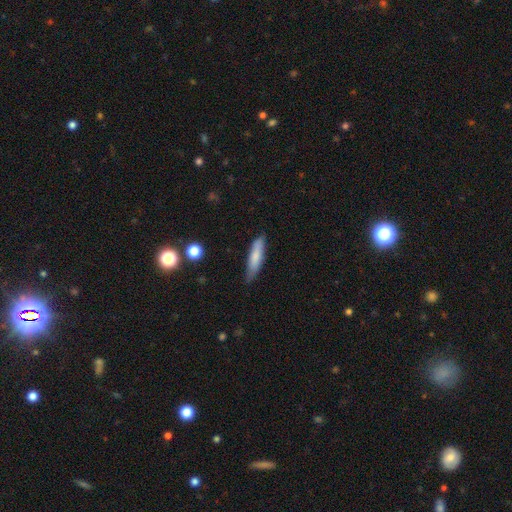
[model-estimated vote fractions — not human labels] Morphology: type=smooth (76%); roundness=cigar-shaped (74%); merging=none (71%).